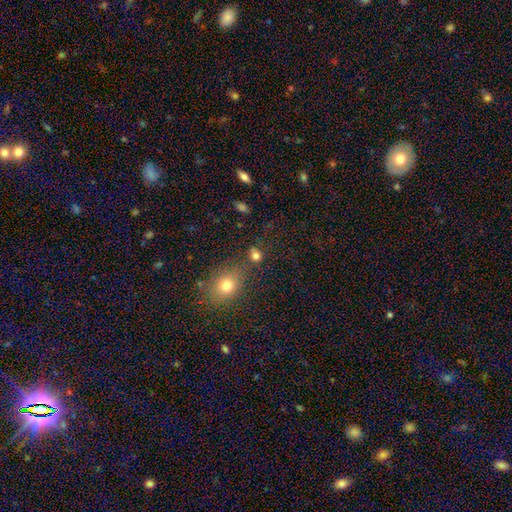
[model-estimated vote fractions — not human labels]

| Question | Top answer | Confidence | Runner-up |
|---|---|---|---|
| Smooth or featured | smooth | 78% | star or artifact (16%) |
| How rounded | round | 61% | in between (37%) |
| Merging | none | 66% | minor disturbance (14%) |